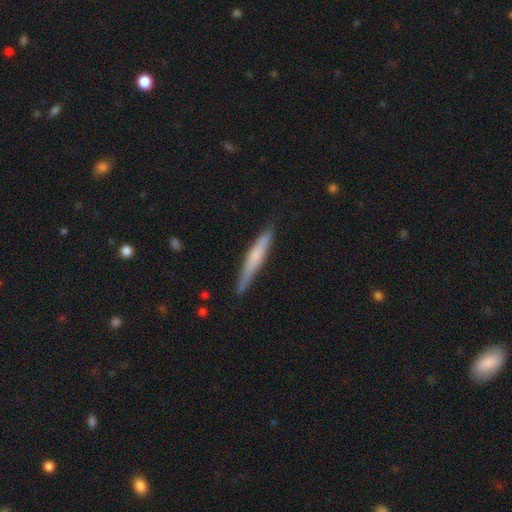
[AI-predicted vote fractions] Q: Smooth or featured?
A: smooth (55%); runner-up: featured or disk (39%)
Q: How rounded?
A: cigar-shaped (94%); runner-up: in between (4%)
Q: Merging?
A: none (80%); runner-up: minor disturbance (16%)